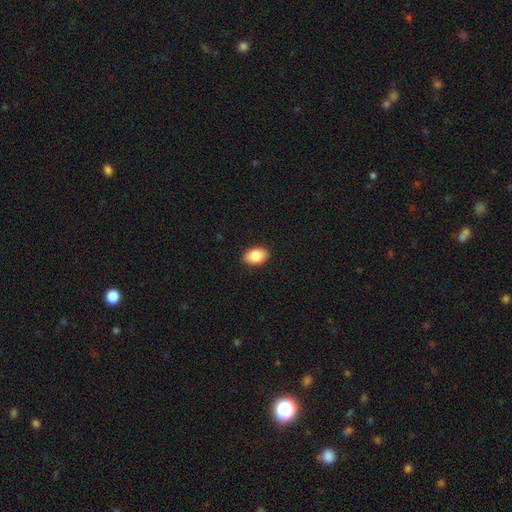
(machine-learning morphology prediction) type=smooth (84%); roundness=in between (89%); merging=none (90%).